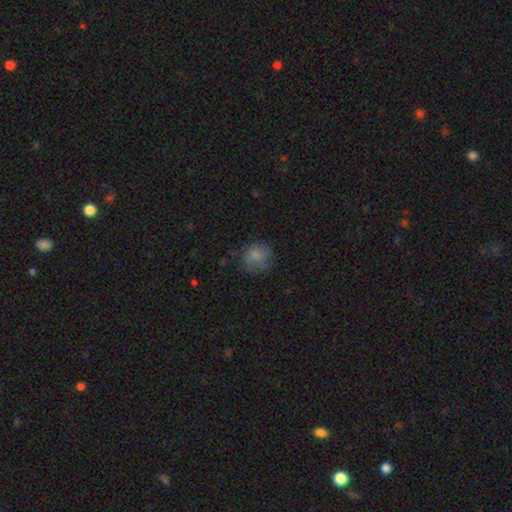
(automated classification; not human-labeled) smooth 77%, featured or disk 13%, star or artifact 10%. Down the decision tree: how rounded — round (80%); merging — none (67%).